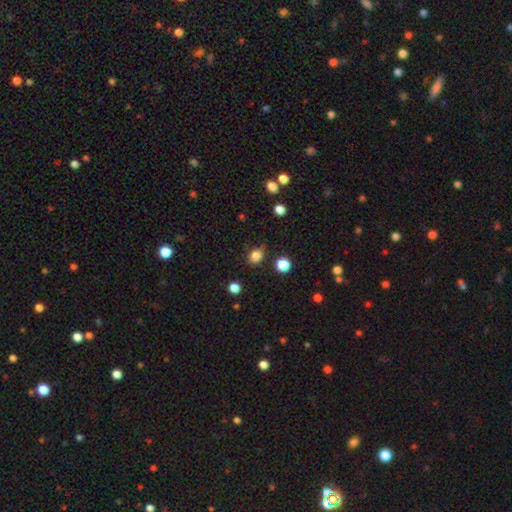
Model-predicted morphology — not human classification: Smooth or featured: smooth — 83% (star or artifact — 12%)
How rounded: round — 63% (in between — 36%)
Merging: none — 82% (minor disturbance — 12%)